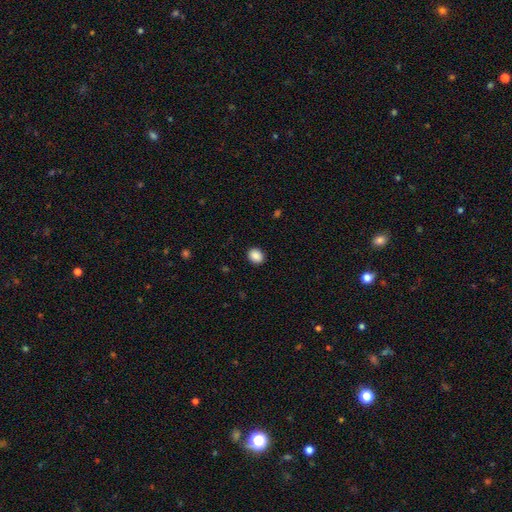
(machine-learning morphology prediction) smooth_or_featured: smooth (p=0.89) [alt: star or artifact p=0.08]
how_rounded: round (p=0.58) [alt: in between p=0.41]
merging: none (p=0.91) [alt: minor disturbance p=0.06]